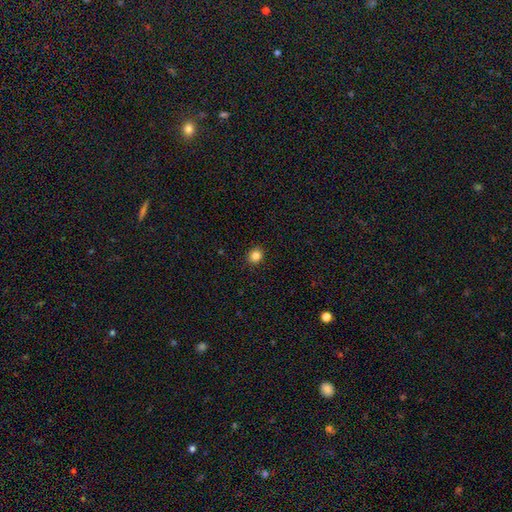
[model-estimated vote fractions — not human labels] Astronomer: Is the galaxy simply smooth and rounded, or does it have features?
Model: smooth — 84%.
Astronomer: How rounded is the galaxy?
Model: round — 77%.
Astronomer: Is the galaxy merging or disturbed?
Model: none — 92%.